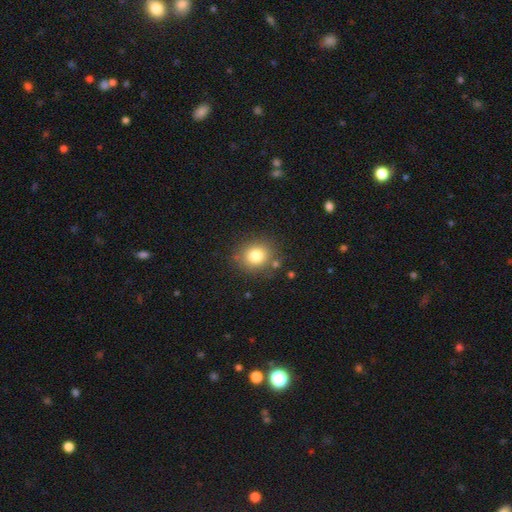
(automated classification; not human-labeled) Smooth or featured: smooth — 79% (star or artifact — 12%)
How rounded: round — 79% (in between — 20%)
Merging: none — 82% (minor disturbance — 10%)